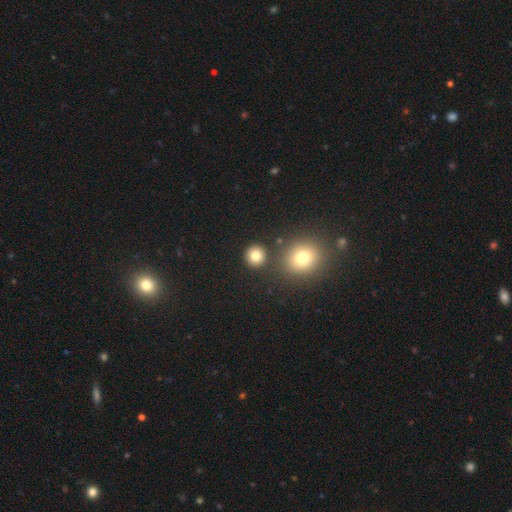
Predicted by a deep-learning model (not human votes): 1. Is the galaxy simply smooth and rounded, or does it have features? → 81% smooth, 12% star or artifact, 6% featured or disk.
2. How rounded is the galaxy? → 92% round, 7% in between, 1% cigar-shaped.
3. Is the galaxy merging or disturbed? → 86% none, 6% minor disturbance, 5% merger, 2% major disturbance.